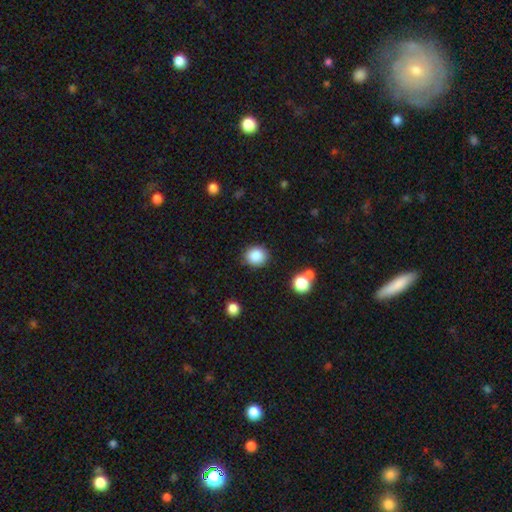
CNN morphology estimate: Smooth or featured?
  - smooth: 87% *
  - star or artifact: 9%
  - featured or disk: 4%
How rounded?
  - round: 82% *
  - in between: 17%
  - cigar-shaped: 1%
Merging?
  - none: 85% *
  - minor disturbance: 9%
  - merger: 3%
  - major disturbance: 3%